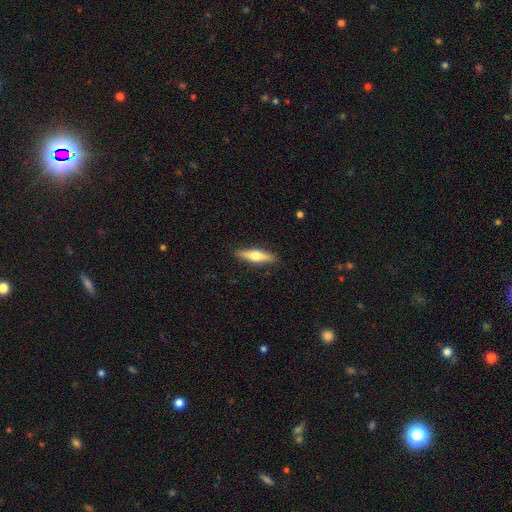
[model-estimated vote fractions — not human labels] Smooth or featured: featured or disk — 47% (tied with smooth — 47%)
Merging: none — 90% (minor disturbance — 7%)